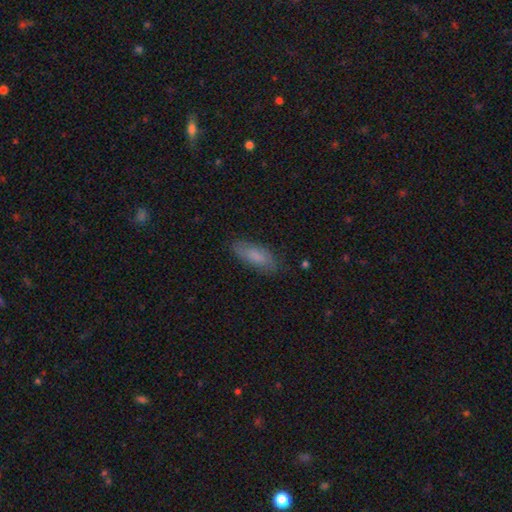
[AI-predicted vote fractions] This appears to be a smooth galaxy with no disk features (79%) that is in between round and cigar-shaped (72%). Merging: none (80%).